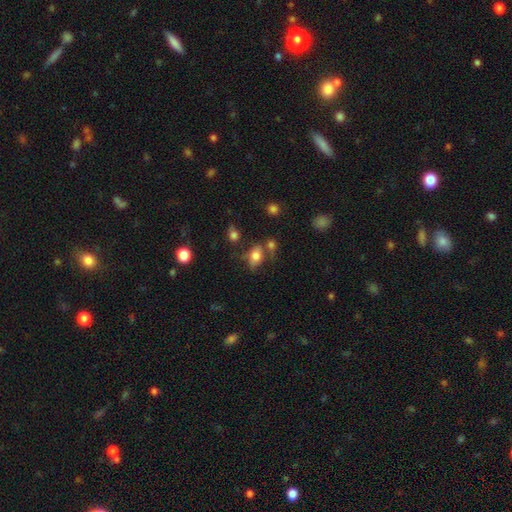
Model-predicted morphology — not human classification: Smooth or featured? smooth (70%)
How rounded? in between (76%)
Merging? none (49%)